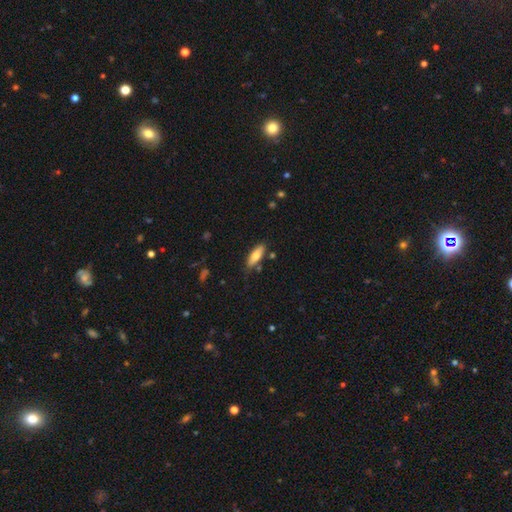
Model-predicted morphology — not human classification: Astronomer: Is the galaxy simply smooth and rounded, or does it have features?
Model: smooth — 73%.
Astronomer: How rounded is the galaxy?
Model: in between — 59% (runner-up: cigar-shaped, 39%).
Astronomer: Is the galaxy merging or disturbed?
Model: none — 76%.